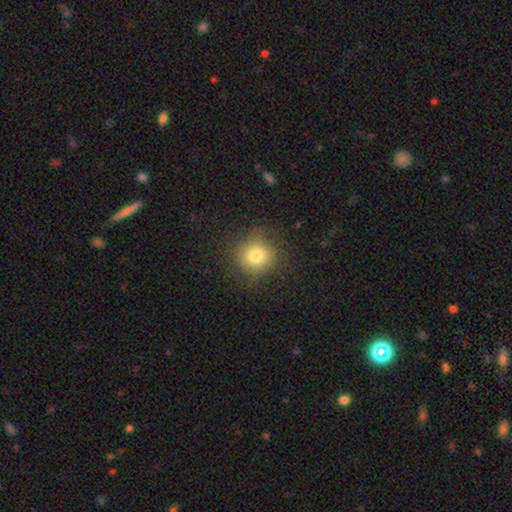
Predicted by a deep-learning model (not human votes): A smooth galaxy with no disk features (78%) that is round (90%).

Vote fractions:
- Smooth or featured? smooth: 78% / star or artifact: 13% / featured or disk: 9%
- How rounded? round: 90% / in between: 9% / cigar-shaped: 1%
- Merging? none: 81% / minor disturbance: 12% / major disturbance: 6% / merger: 1%